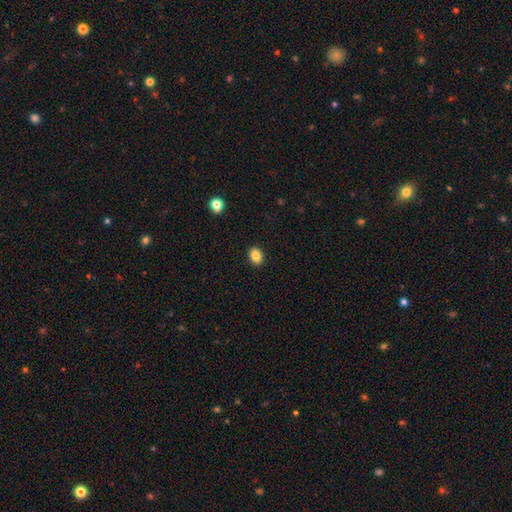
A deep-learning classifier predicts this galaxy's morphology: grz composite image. It shows a smooth galaxy with no disk features (86%) that is in between round and cigar-shaped (69%). Merging: none (91%).